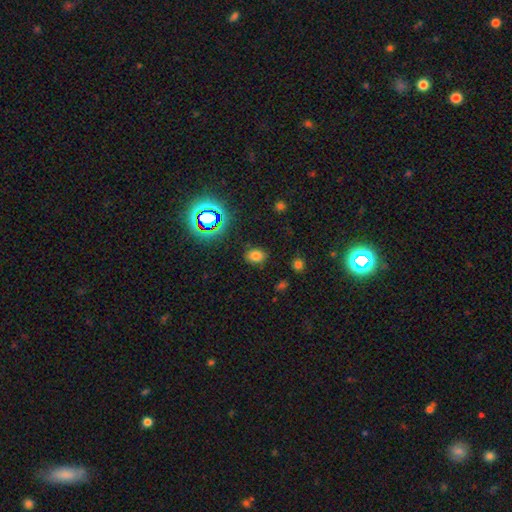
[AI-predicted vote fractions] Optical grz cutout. It shows a smooth galaxy with no disk features (72%) that is in between round and cigar-shaped (64%). Merging: none (83%).